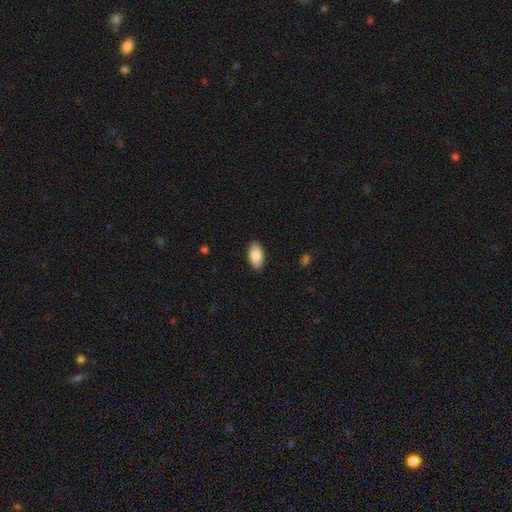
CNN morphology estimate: smooth 85%, featured or disk 9%, star or artifact 6%. Down the decision tree: how rounded — in between (94%); merging — none (89%).